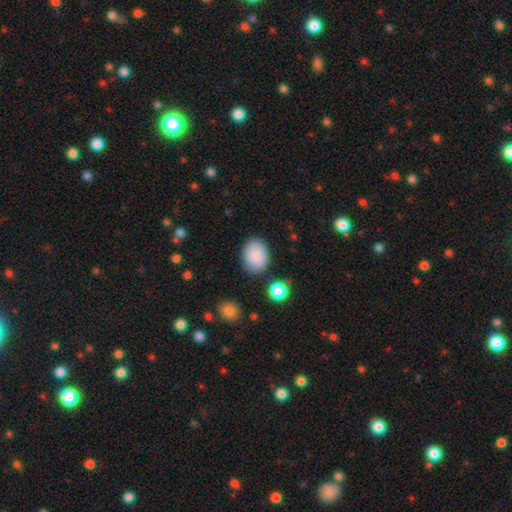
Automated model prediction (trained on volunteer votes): Smooth or featured? Predicted: smooth (p=0.87). How rounded? Predicted: in between (p=0.62). Merging? Predicted: none (p=0.82).